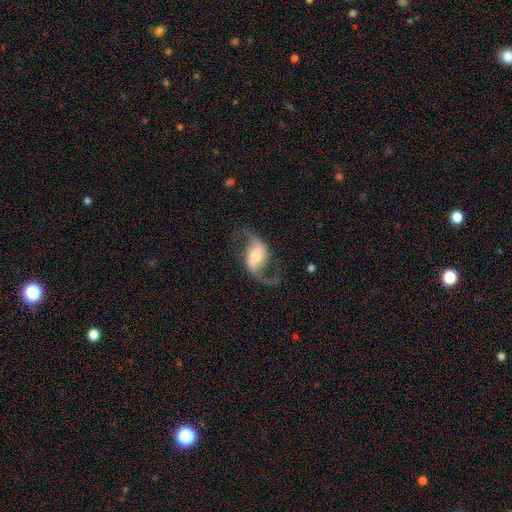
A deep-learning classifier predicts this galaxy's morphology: Smooth or featured: featured or disk — 90% (smooth — 5%)
Edge-on disk: no — 97% (yes — 3%)
Bar: weak — 42% (strong — 34%)
Spiral arms: yes — 97% (no — 3%)
Spiral winding: loose — 70% (medium — 25%)
Spiral arm count: 2 — 94% (1 — 2%)
Bulge size: moderate — 55% (small — 29%)
Merging: none — 79% (minor disturbance — 11%)